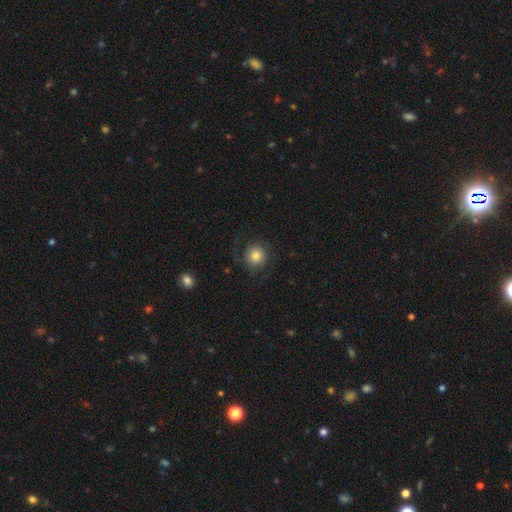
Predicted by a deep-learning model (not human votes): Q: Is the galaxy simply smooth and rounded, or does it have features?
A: smooth — 62%.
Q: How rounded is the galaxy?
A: round — 91%.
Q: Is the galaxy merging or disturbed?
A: none — 73%.